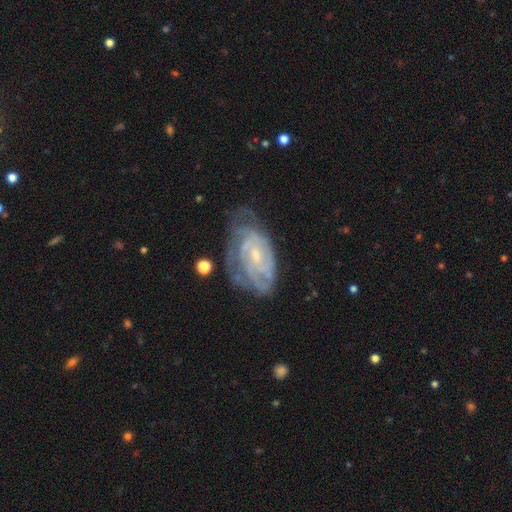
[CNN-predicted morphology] Smooth or featured? featured or disk (85%)
Edge-on disk? no (96%)
Bar? no (56%)
Spiral arms? yes (95%)
Spiral winding? tight (71%)
Spiral arm count? can't tell (36%)
Bulge size? small (66%)
Merging? none (60%)